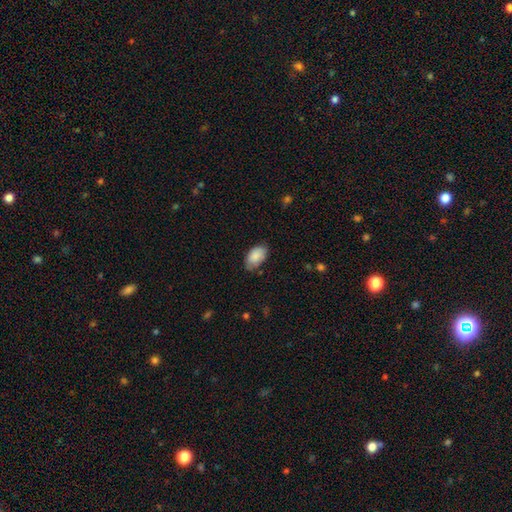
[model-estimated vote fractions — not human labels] Q: Smooth or featured?
A: smooth (88%); runner-up: star or artifact (6%)
Q: How rounded?
A: in between (94%); runner-up: round (5%)
Q: Merging?
A: none (73%); runner-up: minor disturbance (22%)